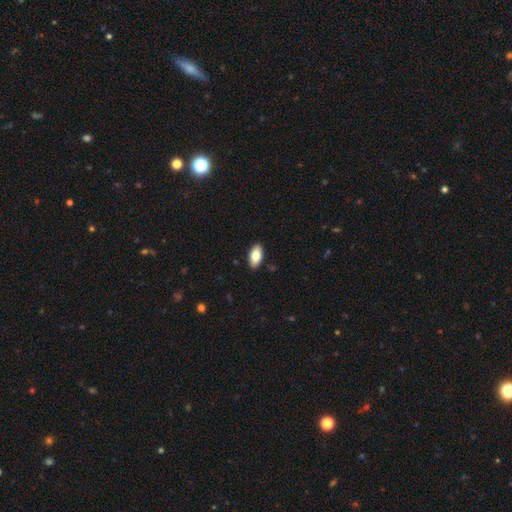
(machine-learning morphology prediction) A smooth galaxy with no disk features (81%) that is in between round and cigar-shaped (93%).

Vote fractions:
- Smooth or featured? smooth: 81% / featured or disk: 12% / star or artifact: 7%
- How rounded? in between: 93% / cigar-shaped: 4% / round: 3%
- Merging? none: 89% / minor disturbance: 8% / major disturbance: 2% / merger: 1%